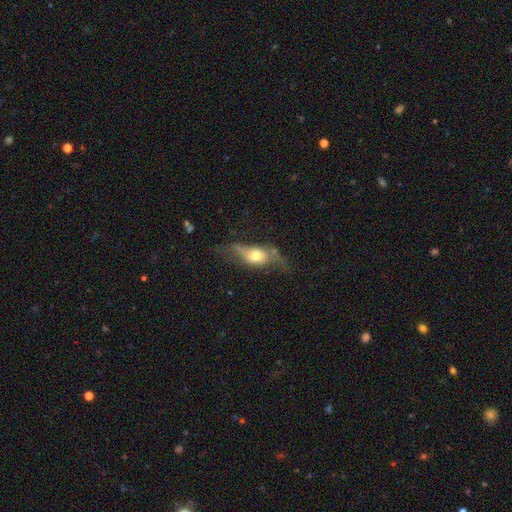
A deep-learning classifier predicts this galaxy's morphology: The model was most divided on "merging": none: 37%, major disturbance: 31%, minor disturbance: 26%, merger: 6%. Remaining: smooth or featured — featured or disk (49%).